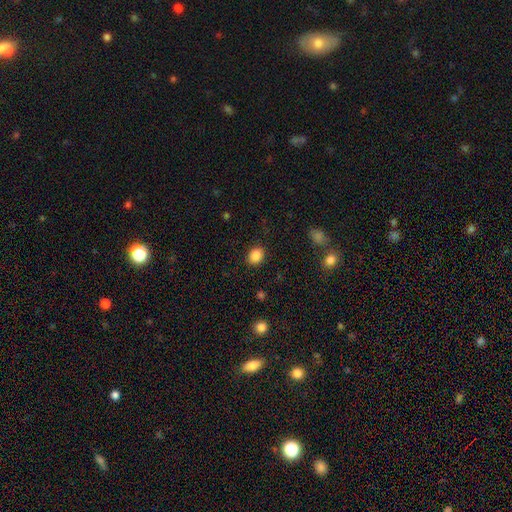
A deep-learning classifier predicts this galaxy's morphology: A smooth galaxy with no disk features (86%) that is round (52%).

Vote fractions:
- Smooth or featured? smooth: 86% / star or artifact: 9% / featured or disk: 4%
- How rounded? round: 52% / in between: 47% / cigar-shaped: 1%
- Merging? none: 88% / minor disturbance: 8% / major disturbance: 3% / merger: 1%